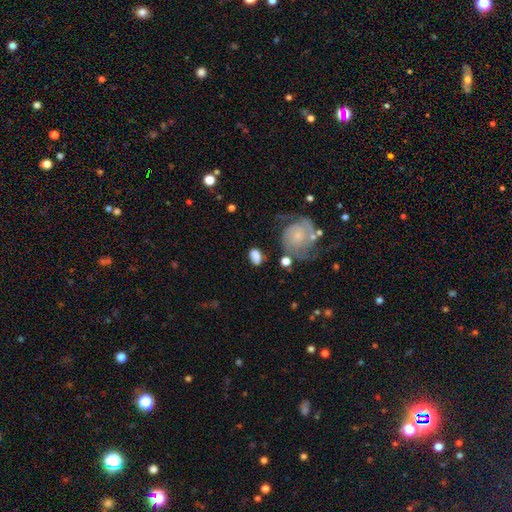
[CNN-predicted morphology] This is likely a smooth galaxy (69%). How rounded: clearly in between (82%). Merging: likely none (64%).